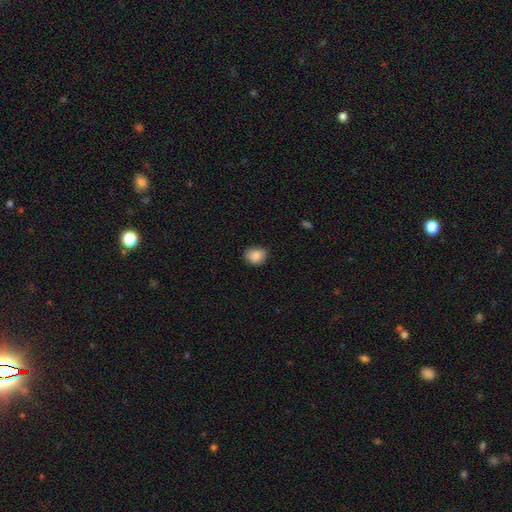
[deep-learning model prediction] Smooth or featured? smooth (86%)
How rounded? round (55%)
Merging? none (81%)